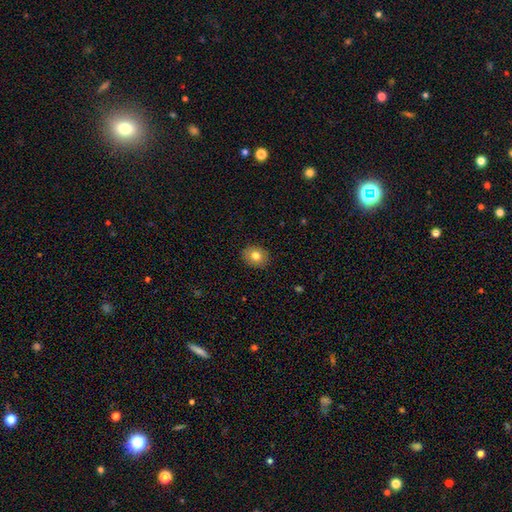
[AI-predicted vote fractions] Smooth or featured: smooth — 80% (featured or disk — 11%)
How rounded: round — 58% (in between — 41%)
Merging: none — 90% (minor disturbance — 7%)